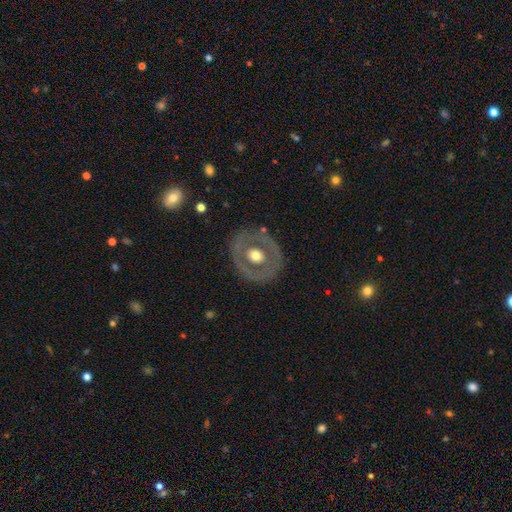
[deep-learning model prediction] Smooth or featured? featured or disk (58%)
Edge-on disk? no (94%)
Bar? no (87%)
Spiral arms? no (89%)
Bulge size? moderate (67%)
Merging? none (79%)